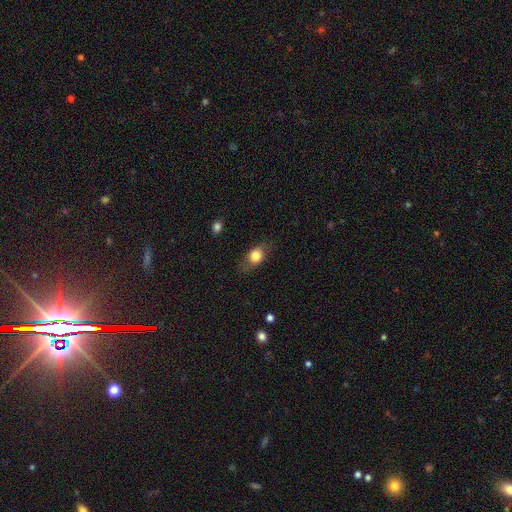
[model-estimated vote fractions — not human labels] Morphology: type=smooth (76%); roundness=in between (67%); merging=none (76%).